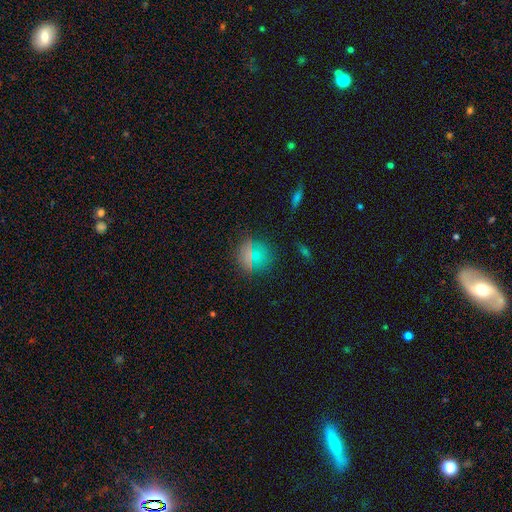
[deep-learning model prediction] A smooth galaxy with no disk features (68%) that is round (88%).

Vote fractions:
- Smooth or featured? smooth: 68% / star or artifact: 23% / featured or disk: 8%
- How rounded? round: 88% / in between: 10% / cigar-shaped: 2%
- Merging? none: 83% / minor disturbance: 10% / major disturbance: 3% / merger: 3%